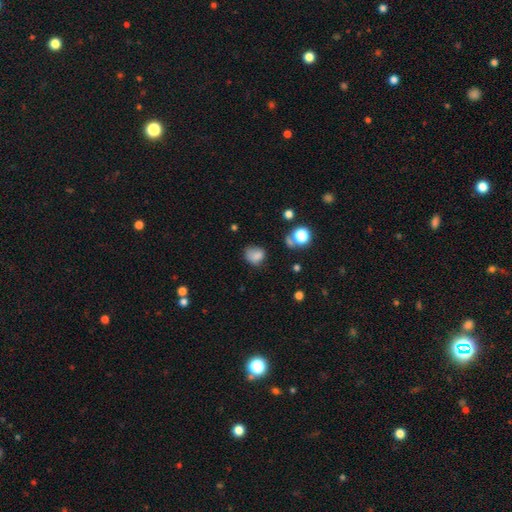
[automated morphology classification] Smooth or featured?
  - smooth: 79% *
  - star or artifact: 13%
  - featured or disk: 8%
How rounded?
  - round: 57% *
  - in between: 41%
  - cigar-shaped: 1%
Merging?
  - none: 55% *
  - minor disturbance: 29%
  - major disturbance: 11%
  - merger: 5%